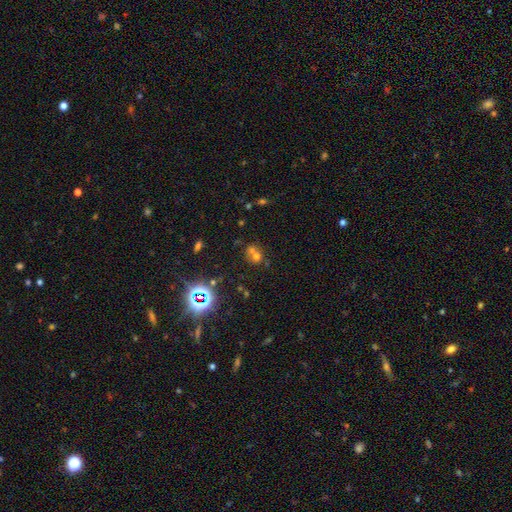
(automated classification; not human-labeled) Overall: smooth (54%; star or artifact 28%). How rounded: round (73%). Merging: merger (52%; none 36%).